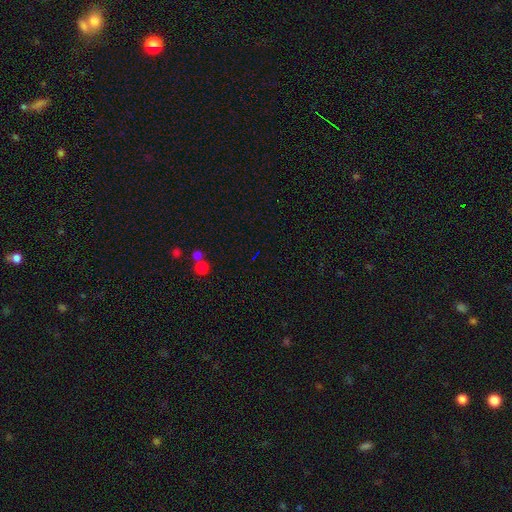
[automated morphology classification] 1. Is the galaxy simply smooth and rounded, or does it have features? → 55% star or artifact, 34% smooth, 11% featured or disk.